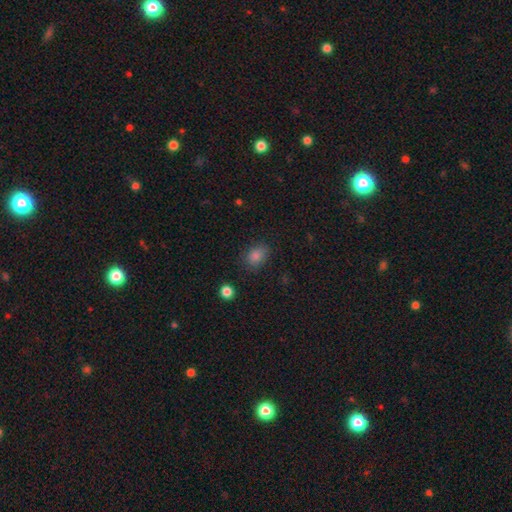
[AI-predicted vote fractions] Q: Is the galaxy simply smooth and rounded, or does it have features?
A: smooth — 82%.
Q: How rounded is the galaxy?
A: in between — 68%.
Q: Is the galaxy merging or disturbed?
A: none — 81%.